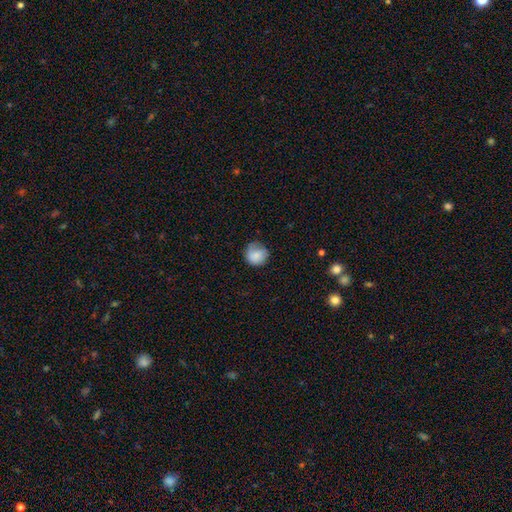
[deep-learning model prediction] Smooth or featured? Predicted: smooth (p=0.82). How rounded? Predicted: round (p=0.89). Merging? Predicted: none (p=0.67).